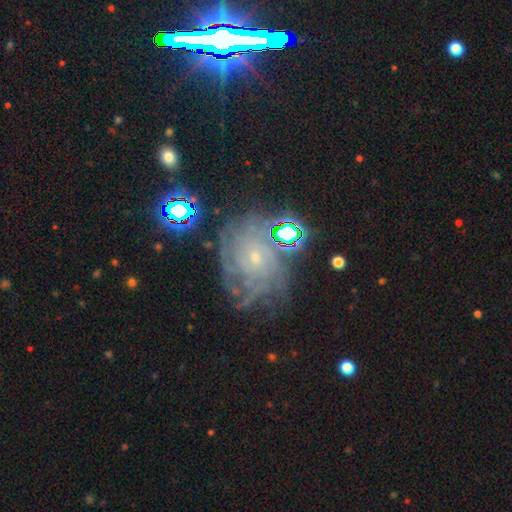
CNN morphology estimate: The model was most divided on "spiral arm count": can't tell: 42%, more than 4: 16%, 4: 14%, 3: 10%, 2: 9%, 1: 8%. More confident: edge-on disk — no (97%); spiral arms — yes (92%); bulge size — small (83%); bar — no (75%); spiral winding — tight (73%); smooth or featured — featured or disk (73%); merging — none (68%).